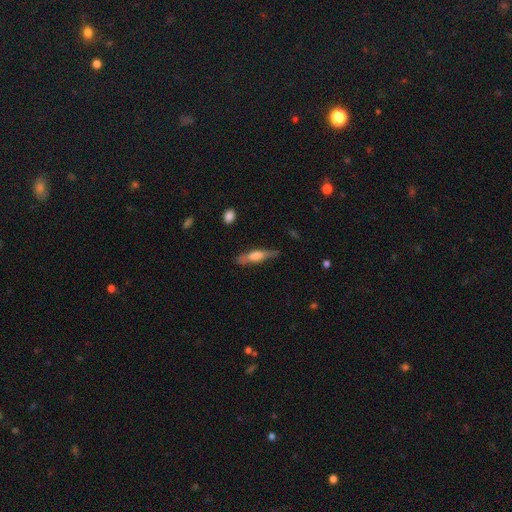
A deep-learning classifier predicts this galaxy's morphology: Smooth or featured: featured or disk — 52% (smooth — 42%)
Edge-on disk: yes — 90% (no — 10%)
Merging: none — 79% (minor disturbance — 15%)